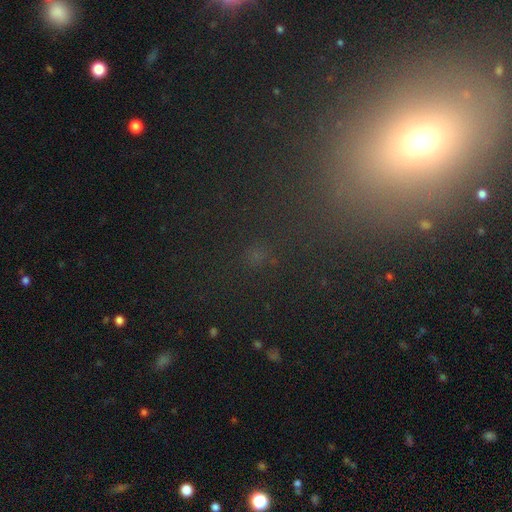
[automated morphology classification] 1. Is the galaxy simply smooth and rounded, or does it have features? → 55% star or artifact, 33% smooth, 12% featured or disk.